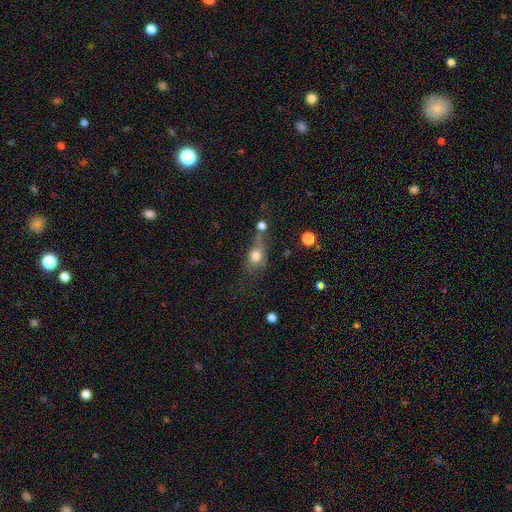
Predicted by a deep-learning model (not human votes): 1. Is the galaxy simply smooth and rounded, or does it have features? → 73% smooth, 15% featured or disk, 12% star or artifact.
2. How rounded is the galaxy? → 52% round, 44% in between, 5% cigar-shaped.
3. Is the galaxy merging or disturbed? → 33% none, 26% merger, 21% major disturbance, 20% minor disturbance.